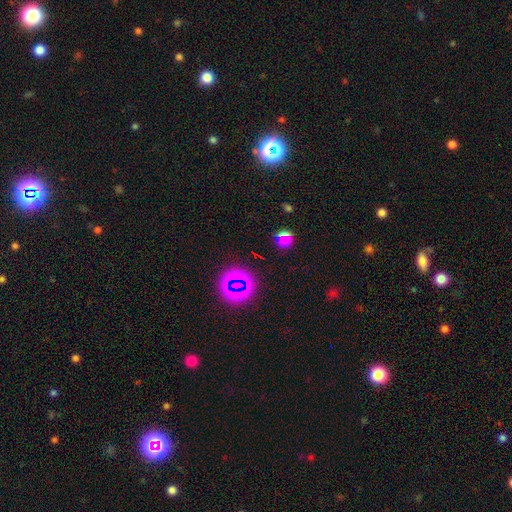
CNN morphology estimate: Smooth or featured?
  - star or artifact: 64% *
  - smooth: 27%
  - featured or disk: 9%